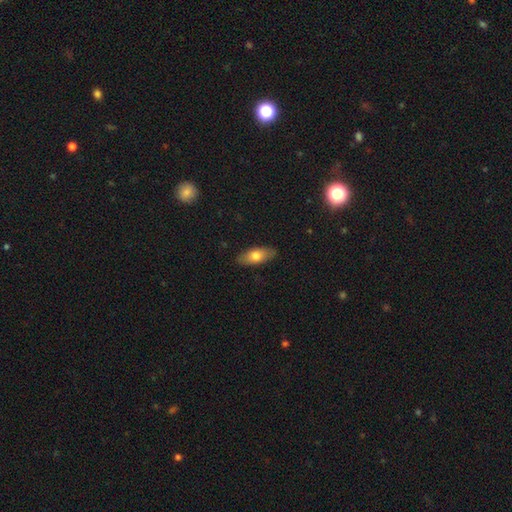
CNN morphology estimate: Smooth or featured? Predicted: smooth (p=0.71). How rounded? Predicted: in between (p=0.82). Merging? Predicted: none (p=0.86).